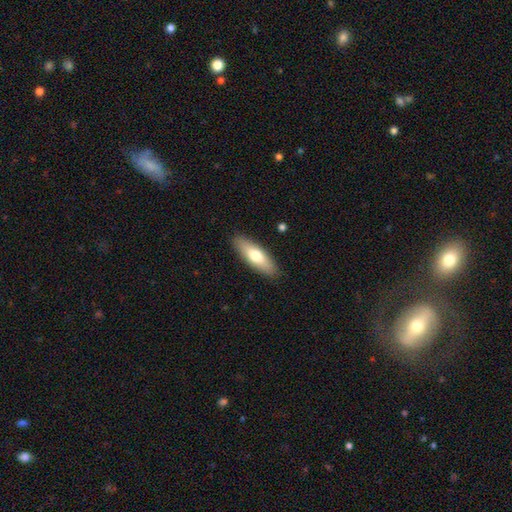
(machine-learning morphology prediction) The model was most divided on "how rounded": in between: 53%, cigar-shaped: 45%, round: 2%. More confident: merging — none (89%); smooth or featured — smooth (69%).